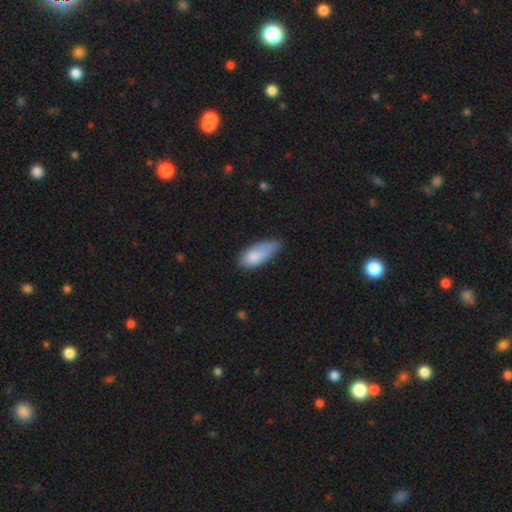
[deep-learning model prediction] Overall: smooth (80%). How rounded: in between (82%). Merging: minor disturbance (42%; none 38%).